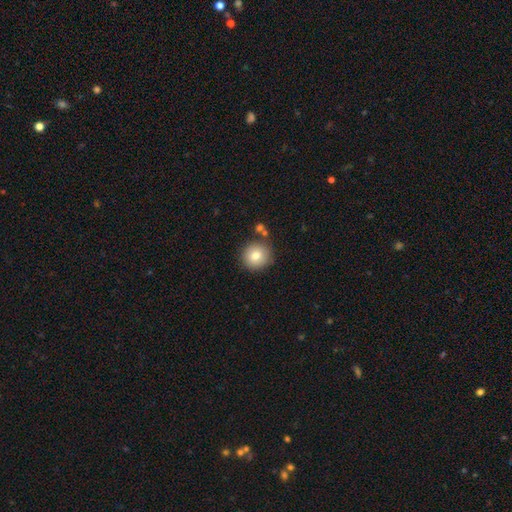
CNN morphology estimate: This is likely a smooth galaxy (79%). How rounded: clearly round (93%). Merging: clearly none (81%).